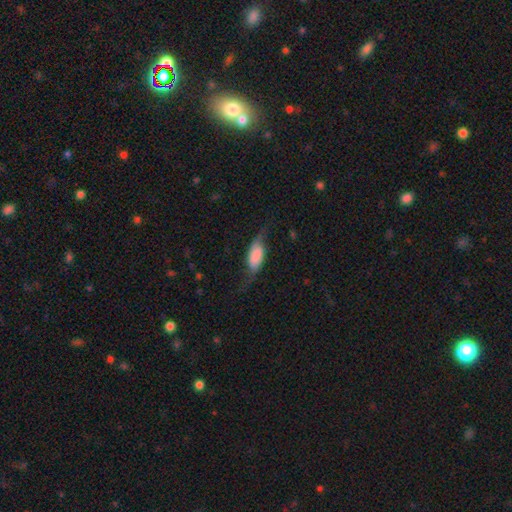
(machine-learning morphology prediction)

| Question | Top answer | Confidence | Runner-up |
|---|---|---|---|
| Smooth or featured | smooth | 54% | featured or disk (38%) |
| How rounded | in between | 81% | cigar-shaped (15%) |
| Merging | none | 51% | minor disturbance (26%) |